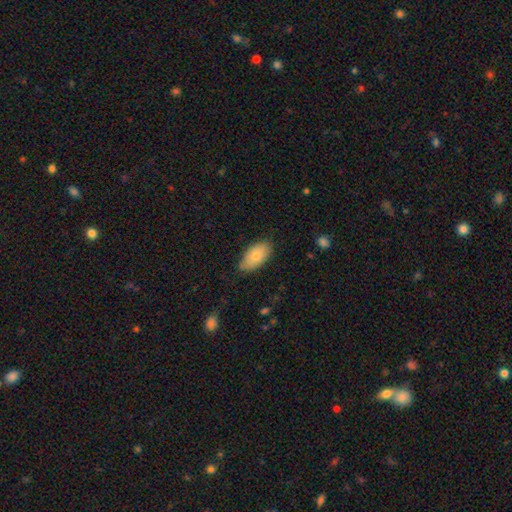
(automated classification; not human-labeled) smooth 77%, featured or disk 16%, star or artifact 7%. Down the decision tree: how rounded — in between (94%); merging — none (78%).